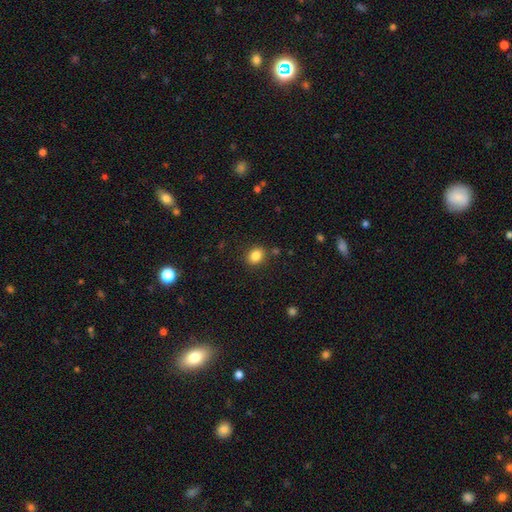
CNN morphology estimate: Smooth or featured? Predicted: smooth (p=0.85). How rounded? Predicted: in between (p=0.53). Merging? Predicted: none (p=0.84).